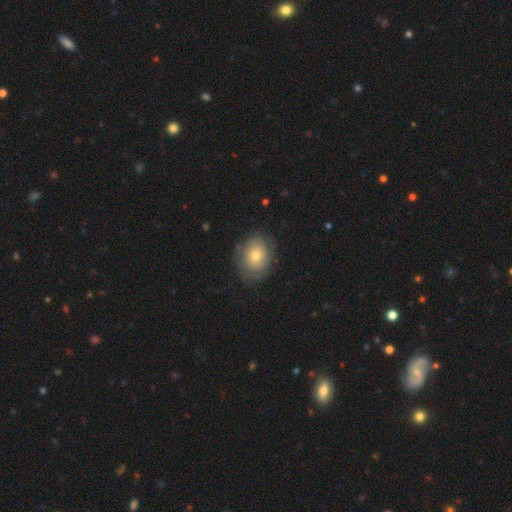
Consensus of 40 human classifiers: This appears to be a smooth galaxy with no disk features (65%) that is round (50%, tied with in between). Merging: none (71%).